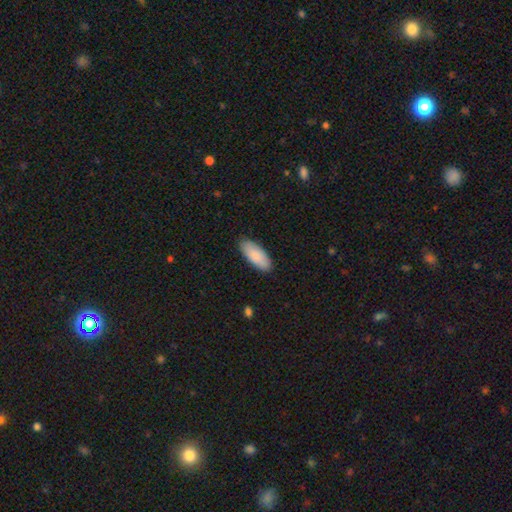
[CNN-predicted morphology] A smooth galaxy with no disk features (86%) that is in between round and cigar-shaped (83%). Merging: none (88%).